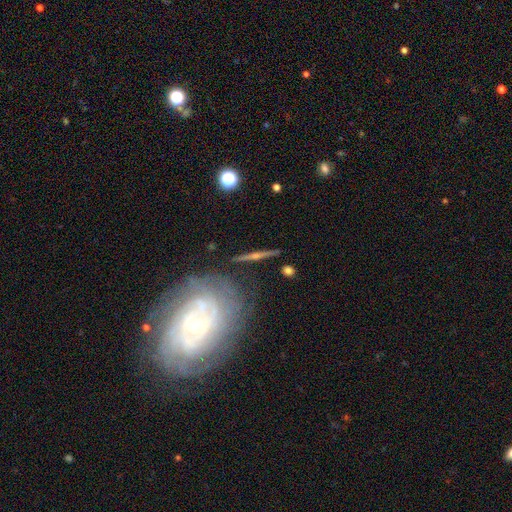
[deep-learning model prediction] Q: Smooth or featured?
A: featured or disk (73%); runner-up: smooth (18%)
Q: Edge-on disk?
A: yes (88%); runner-up: no (12%)
Q: Edge-on bulge?
A: rounded (75%); runner-up: none (17%)
Q: Merging?
A: none (82%); runner-up: minor disturbance (11%)